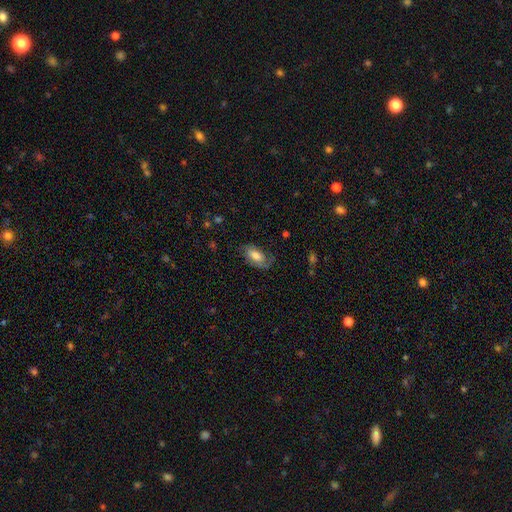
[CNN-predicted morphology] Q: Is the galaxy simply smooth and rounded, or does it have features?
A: smooth — 50%.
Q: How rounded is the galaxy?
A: in between — 89%.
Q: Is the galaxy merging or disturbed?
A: none — 65%.